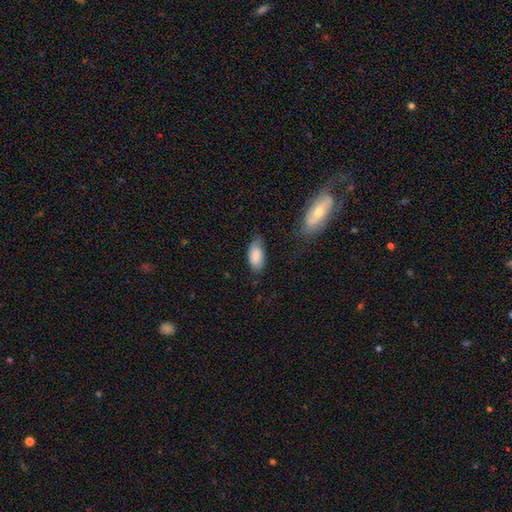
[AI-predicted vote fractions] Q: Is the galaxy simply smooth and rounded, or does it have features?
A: smooth — 85%.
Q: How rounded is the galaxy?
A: in between — 92%.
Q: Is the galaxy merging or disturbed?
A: none — 61%.